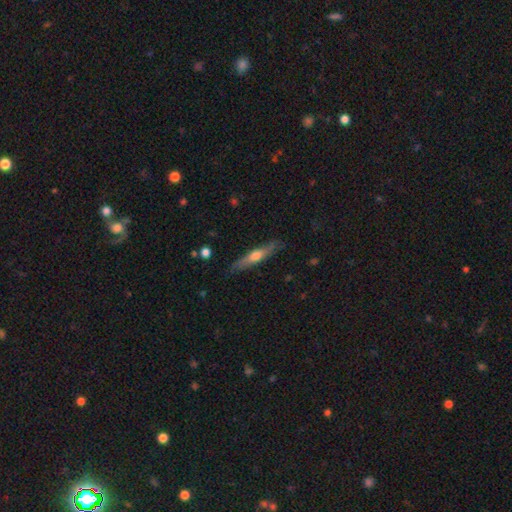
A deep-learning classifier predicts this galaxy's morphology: smooth_or_featured: featured or disk (p=0.48) [alt: smooth p=0.46]
merging: none (p=0.83) [alt: minor disturbance p=0.13]